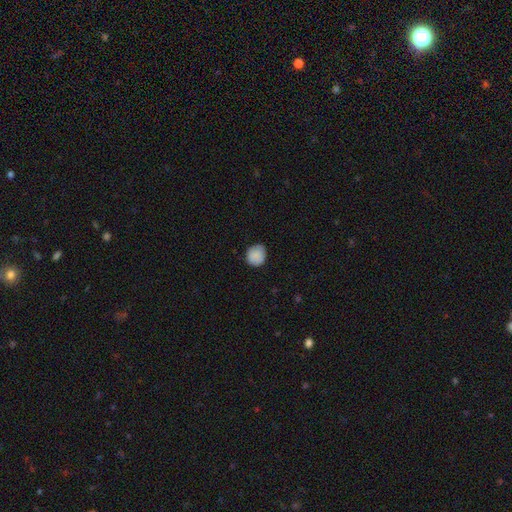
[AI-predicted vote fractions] Overall: smooth (87%). How rounded: round (81%). Merging: none (73%).